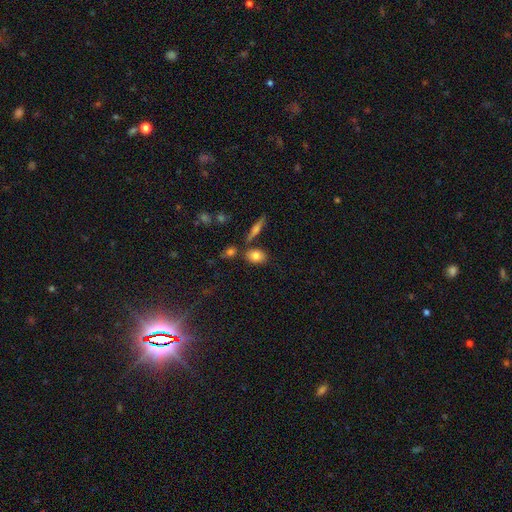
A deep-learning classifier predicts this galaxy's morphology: smooth 79%, featured or disk 13%, star or artifact 8%. Down the decision tree: how rounded — in between (78%); merging — none (73%).